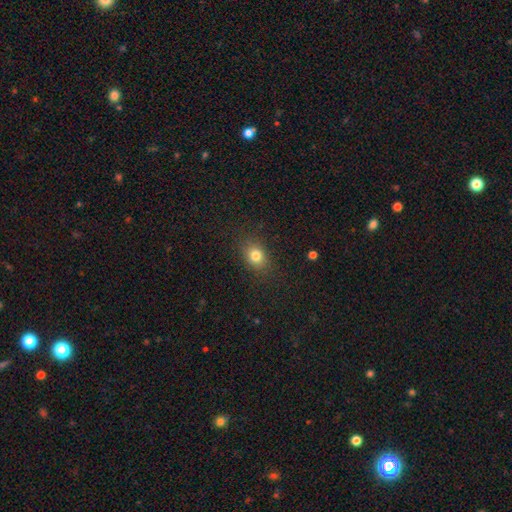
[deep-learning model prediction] Q: Smooth or featured?
A: smooth (80%); runner-up: star or artifact (12%)
Q: How rounded?
A: in between (51%); runner-up: round (48%)
Q: Merging?
A: none (84%); runner-up: minor disturbance (11%)